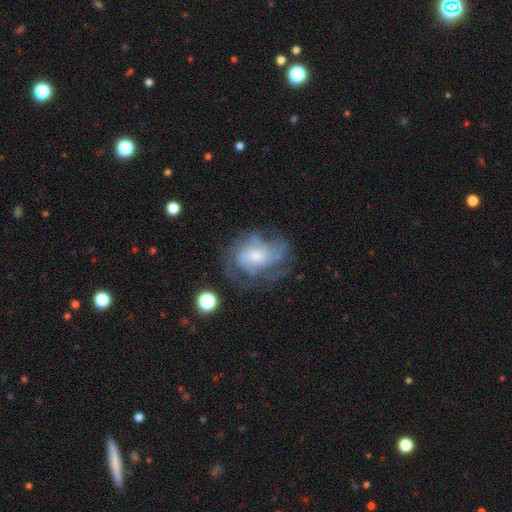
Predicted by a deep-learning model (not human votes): Smooth or featured? featured or disk (72%)
Edge-on disk? no (97%)
Bar? no (63%)
Spiral arms? yes (83%)
Spiral winding? medium (43%)
Spiral arm count? can't tell (39%)
Bulge size? moderate (43%)
Merging? none (50%)